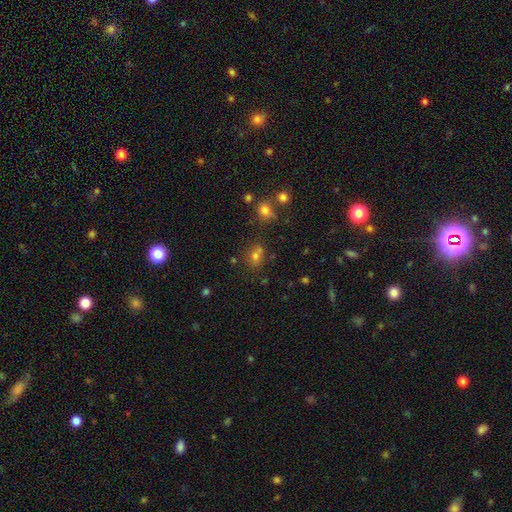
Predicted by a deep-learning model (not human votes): Overall: smooth (66%). How rounded: round (61%; in between 38%). Merging: none (66%).